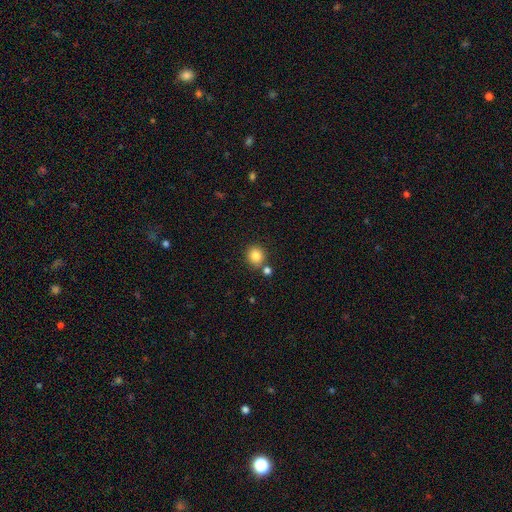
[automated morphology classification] Smooth or featured?
  - smooth: 84% *
  - star or artifact: 10%
  - featured or disk: 6%
How rounded?
  - round: 85% *
  - in between: 14%
  - cigar-shaped: 1%
Merging?
  - none: 77% *
  - merger: 12%
  - minor disturbance: 9%
  - major disturbance: 3%